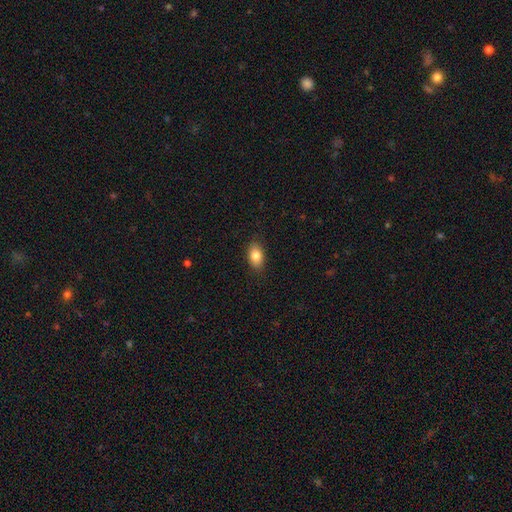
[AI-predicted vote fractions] A smooth galaxy with no disk features (83%) that is in between round and cigar-shaped (88%).

Vote fractions:
- Smooth or featured? smooth: 83% / featured or disk: 9% / star or artifact: 8%
- How rounded? in between: 88% / round: 10% / cigar-shaped: 2%
- Merging? none: 87% / minor disturbance: 10% / major disturbance: 2% / merger: 1%